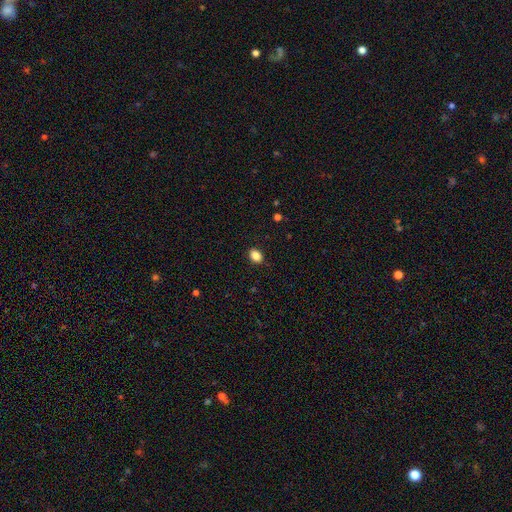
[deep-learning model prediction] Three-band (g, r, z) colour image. It shows a smooth galaxy with no disk features (86%) that is in between round and cigar-shaped (72%). Merging: none (88%).